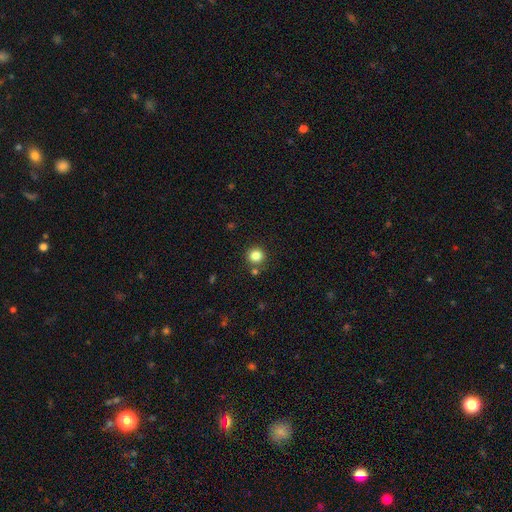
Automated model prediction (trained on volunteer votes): Smooth or featured: smooth — 84% (star or artifact — 11%)
How rounded: round — 92% (in between — 7%)
Merging: none — 81% (merger — 8%)